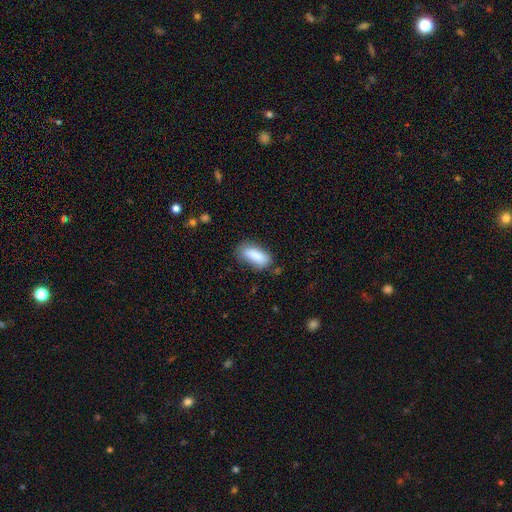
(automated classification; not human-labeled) smooth_or_featured: smooth (p=0.85) [alt: star or artifact p=0.07]
how_rounded: in between (p=0.80) [alt: cigar-shaped p=0.18]
merging: none (p=0.67) [alt: minor disturbance p=0.23]